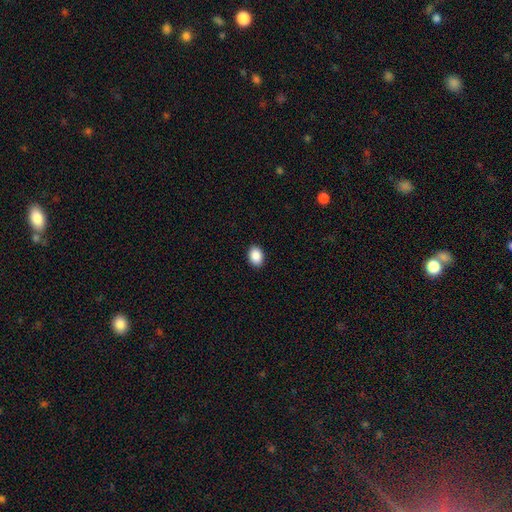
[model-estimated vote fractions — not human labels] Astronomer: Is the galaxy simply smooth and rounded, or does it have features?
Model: smooth — 89%.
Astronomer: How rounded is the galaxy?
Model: in between — 79%.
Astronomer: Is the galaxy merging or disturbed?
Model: none — 91%.